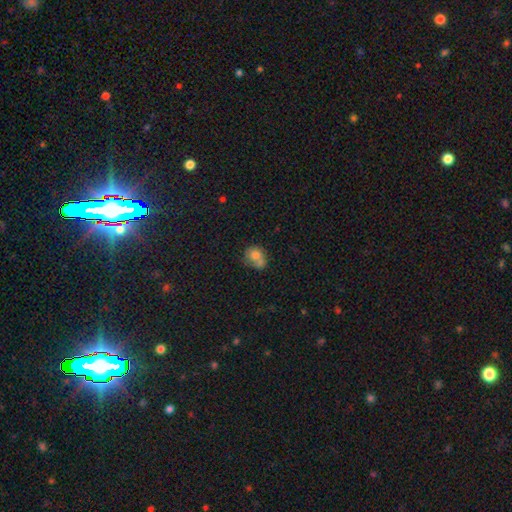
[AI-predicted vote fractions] Overall: smooth (73%). How rounded: round (61%; in between 38%). Merging: merger (47%; none 31%).